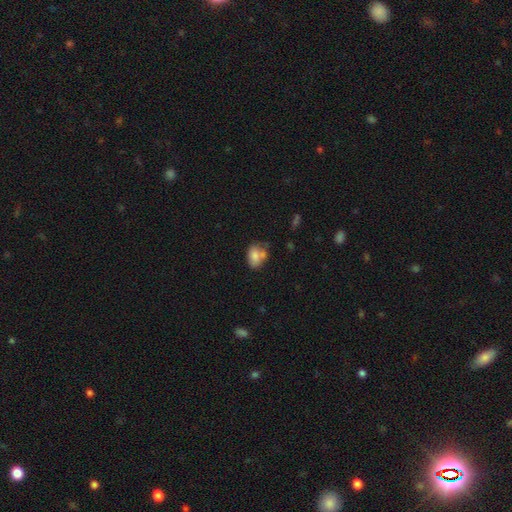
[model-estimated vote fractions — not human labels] A smooth galaxy with no disk features (74%) that is in between round and cigar-shaped (76%).

Vote fractions:
- Smooth or featured? smooth: 74% / featured or disk: 16% / star or artifact: 9%
- How rounded? in between: 76% / round: 22% / cigar-shaped: 1%
- Merging? none: 42% / merger: 27% / minor disturbance: 23% / major disturbance: 8%